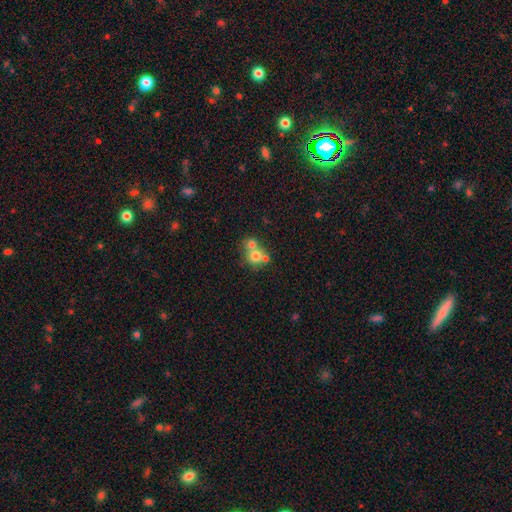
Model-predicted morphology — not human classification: A smooth galaxy with no disk features (69%) that is round (81%).

Vote fractions:
- Smooth or featured? smooth: 69% / featured or disk: 19% / star or artifact: 13%
- How rounded? round: 81% / in between: 18% / cigar-shaped: 1%
- Merging? merger: 56% / none: 35% / minor disturbance: 7% / major disturbance: 3%